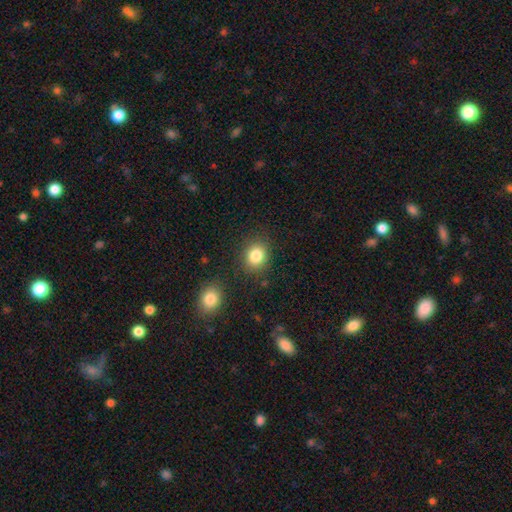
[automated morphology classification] Smooth or featured? Predicted: smooth (p=0.84). How rounded? Predicted: round (p=0.67). Merging? Predicted: none (p=0.83).